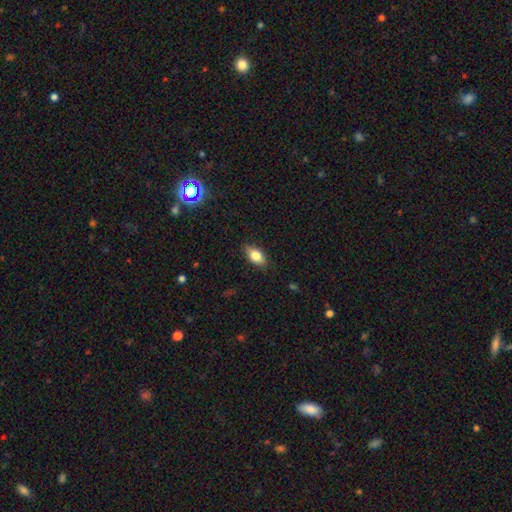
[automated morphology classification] smooth-or-featured: smooth: 77% | featured or disk: 15% | star or artifact: 8%
  how-rounded: in between: 86% | round: 7% | cigar-shaped: 7%
  merging: none: 85% | minor disturbance: 12% | major disturbance: 2% | merger: 1%